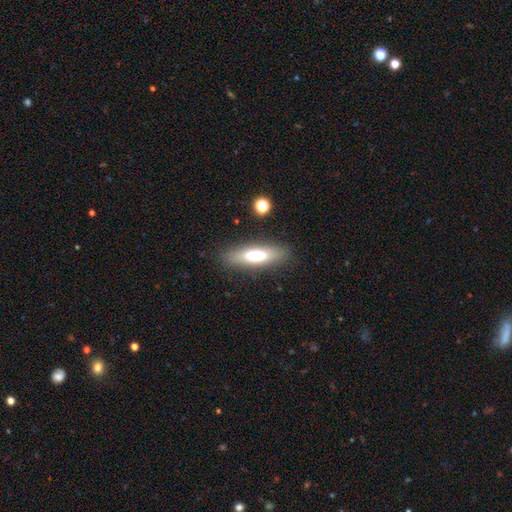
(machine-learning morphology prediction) smooth-or-featured: smooth: 63% | featured or disk: 28% | star or artifact: 9%
  how-rounded: cigar-shaped: 53% | in between: 45% | round: 2%
  merging: none: 84% | minor disturbance: 10% | major disturbance: 4% | merger: 2%